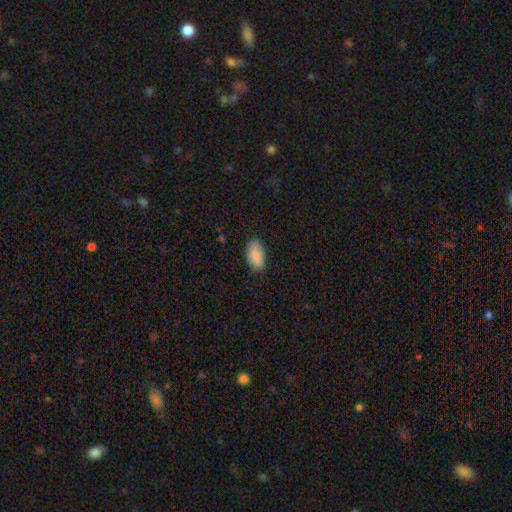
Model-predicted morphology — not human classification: smooth-or-featured: smooth: 87% | featured or disk: 7% | star or artifact: 7%
  how-rounded: in between: 94% | round: 3% | cigar-shaped: 2%
  merging: none: 80% | minor disturbance: 16% | major disturbance: 3% | merger: 1%